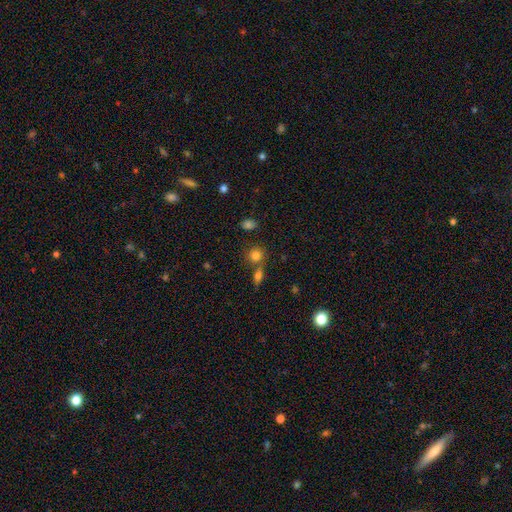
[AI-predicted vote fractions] Q: Smooth or featured?
A: smooth (78%); runner-up: star or artifact (12%)
Q: How rounded?
A: round (78%); runner-up: in between (20%)
Q: Merging?
A: none (59%); runner-up: merger (29%)